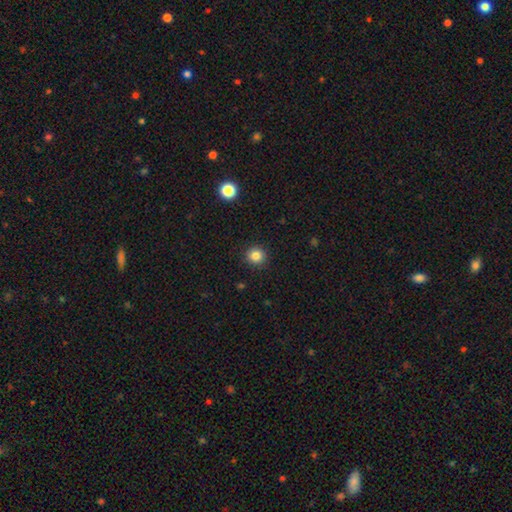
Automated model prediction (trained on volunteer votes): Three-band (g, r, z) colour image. It shows a smooth galaxy with no disk features (84%) that is round (93%). Merging: none (92%).